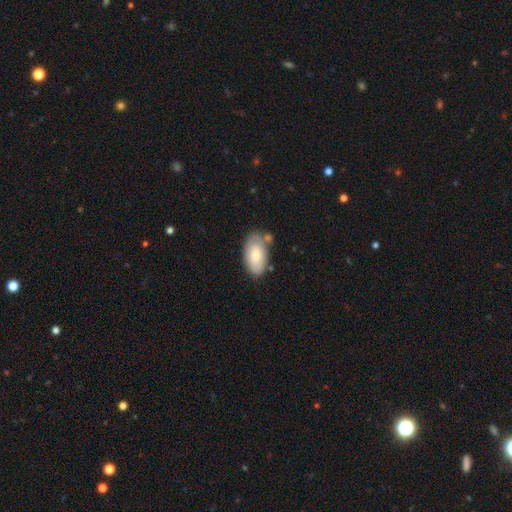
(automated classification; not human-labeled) Smooth or featured: smooth — 74% (featured or disk — 20%)
How rounded: in between — 95% (round — 3%)
Merging: none — 61% (minor disturbance — 22%)